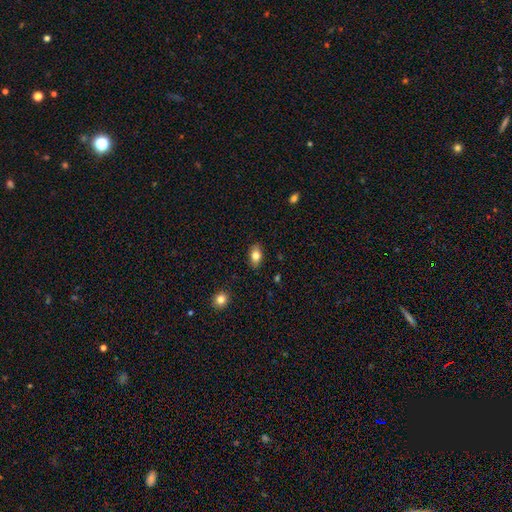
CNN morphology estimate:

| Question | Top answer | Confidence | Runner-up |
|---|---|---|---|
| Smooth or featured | smooth | 80% | featured or disk (12%) |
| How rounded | in between | 89% | round (8%) |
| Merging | none | 87% | minor disturbance (9%) |